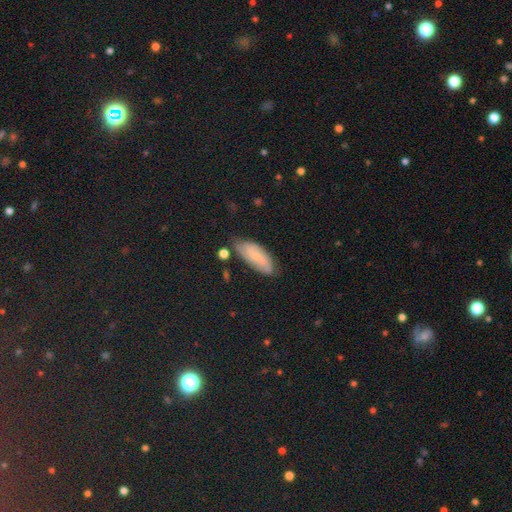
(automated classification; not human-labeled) Overall: smooth (53%; featured or disk 33%). How rounded: in between (76%). Merging: none (70%).